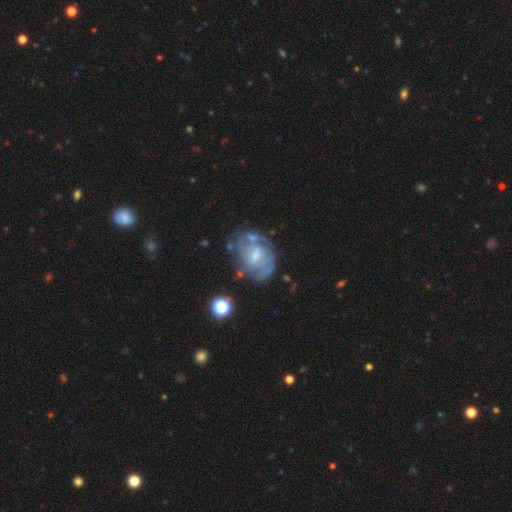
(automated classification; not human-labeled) Smooth or featured? featured or disk (70%)
Edge-on disk? no (97%)
Bar? weak (54%)
Spiral arms? yes (63%)
Bulge size? moderate (39%)
Merging? none (52%)